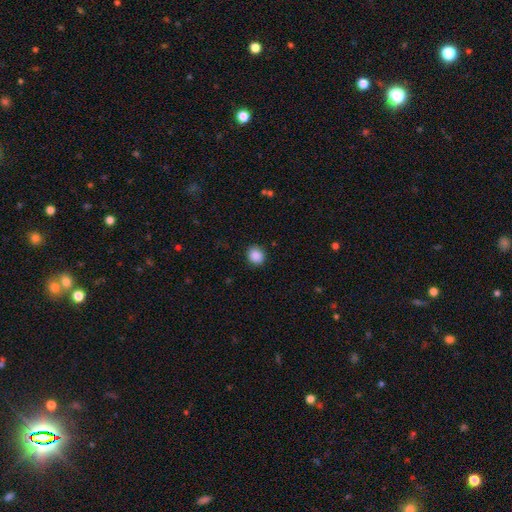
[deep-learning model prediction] smooth 89%, star or artifact 9%, featured or disk 3%. Down the decision tree: how rounded — round (74%); merging — none (90%).